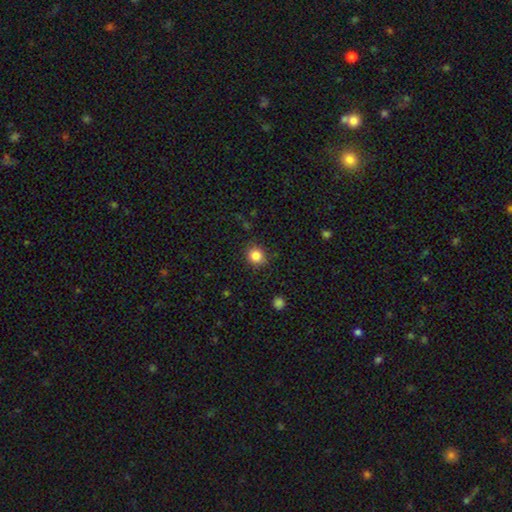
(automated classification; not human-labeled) Smooth or featured?
  - smooth: 84% *
  - star or artifact: 11%
  - featured or disk: 5%
How rounded?
  - round: 82% *
  - in between: 17%
  - cigar-shaped: 1%
Merging?
  - none: 86% *
  - minor disturbance: 10%
  - major disturbance: 3%
  - merger: 1%